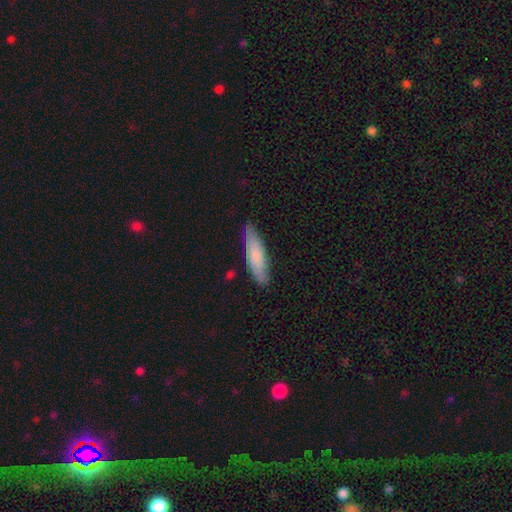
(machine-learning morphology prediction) Smooth or featured: smooth — 76% (featured or disk — 19%)
How rounded: cigar-shaped — 67% (in between — 32%)
Merging: none — 81% (minor disturbance — 15%)